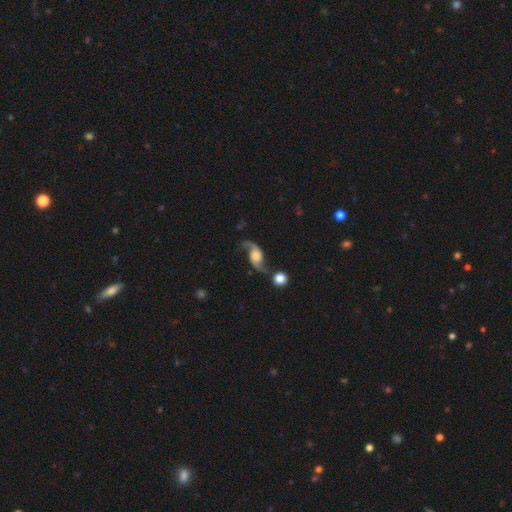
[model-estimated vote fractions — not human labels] Smooth or featured: featured or disk — 85% (smooth — 9%)
Edge-on disk: no — 95% (yes — 5%)
Bar: no — 66% (weak — 27%)
Spiral arms: yes — 96% (no — 4%)
Spiral winding: loose — 81% (medium — 15%)
Spiral arm count: 2 — 93% (1 — 2%)
Bulge size: large — 37% (moderate — 27%)
Merging: none — 64% (minor disturbance — 17%)